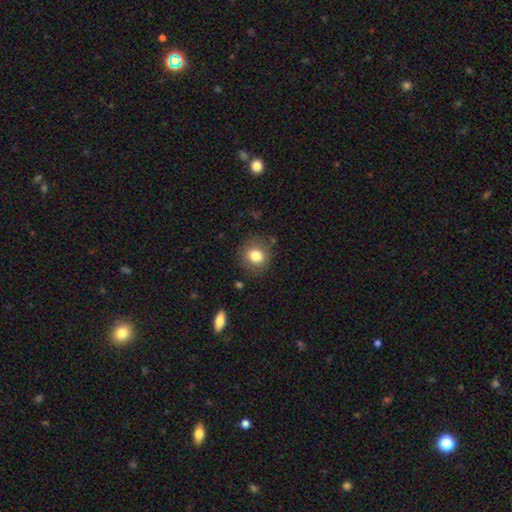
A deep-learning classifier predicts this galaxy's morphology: Smooth or featured? smooth (81%)
How rounded? round (84%)
Merging? none (83%)